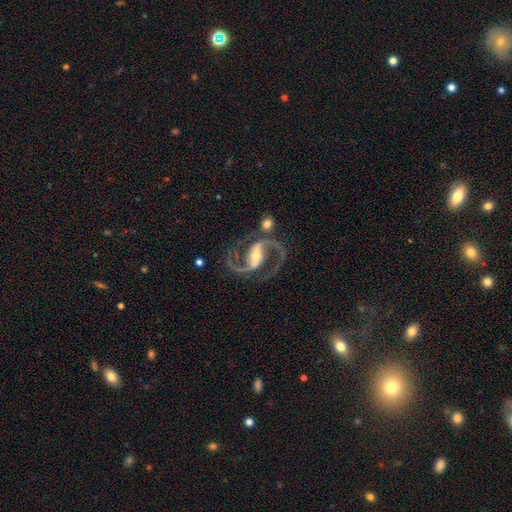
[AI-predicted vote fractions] Q: Smooth or featured?
A: featured or disk (93%); runner-up: star or artifact (4%)
Q: Edge-on disk?
A: no (98%); runner-up: yes (2%)
Q: Bar?
A: strong (58%); runner-up: weak (30%)
Q: Spiral arms?
A: yes (98%); runner-up: no (2%)
Q: Spiral winding?
A: medium (67%); runner-up: loose (20%)
Q: Spiral arm count?
A: 2 (94%); runner-up: 3 (2%)
Q: Bulge size?
A: moderate (53%); runner-up: small (39%)
Q: Merging?
A: none (76%); runner-up: minor disturbance (12%)